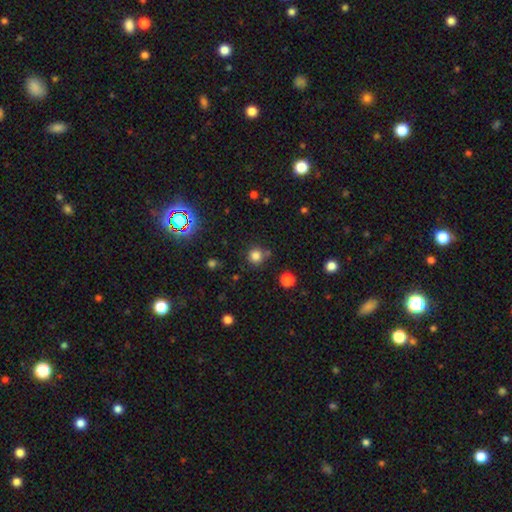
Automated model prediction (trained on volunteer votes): A smooth galaxy with no disk features (79%) that is round (93%).

Vote fractions:
- Smooth or featured? smooth: 79% / star or artifact: 16% / featured or disk: 5%
- How rounded? round: 93% / in between: 6% / cigar-shaped: 1%
- Merging? none: 79% / minor disturbance: 9% / merger: 8% / major disturbance: 3%